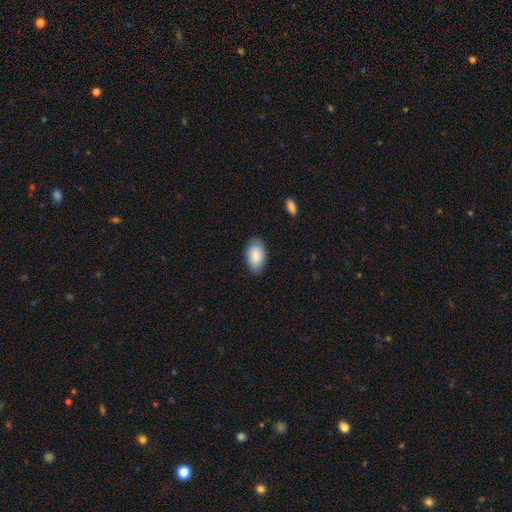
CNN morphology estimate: A smooth galaxy with no disk features (85%) that is in between round and cigar-shaped (94%).

Vote fractions:
- Smooth or featured? smooth: 85% / featured or disk: 9% / star or artifact: 6%
- How rounded? in between: 94% / round: 5% / cigar-shaped: 1%
- Merging? none: 84% / minor disturbance: 13% / major disturbance: 3% / merger: 1%